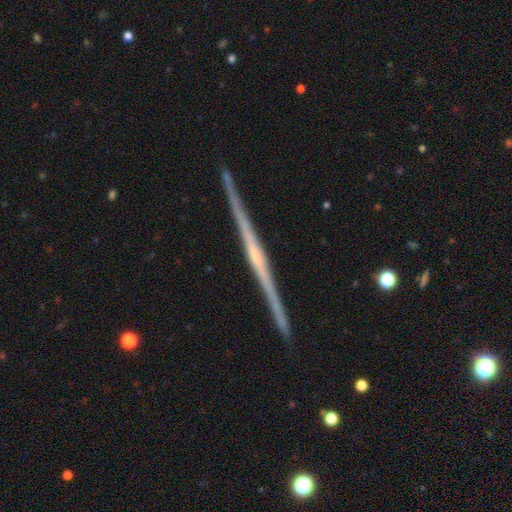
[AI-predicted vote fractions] smooth_or_featured: featured or disk (p=0.85) [alt: smooth p=0.10]
disk_edge_on: yes (p=0.99) [alt: no p=0.01]
edge_on_bulge: rounded (p=0.46) [alt: none p=0.42]
merging: none (p=0.92) [alt: minor disturbance p=0.05]